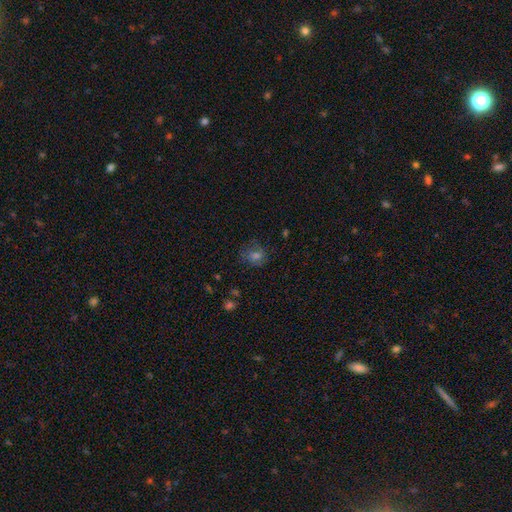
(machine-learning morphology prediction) Smooth or featured: smooth — 59% (star or artifact — 22%)
How rounded: round — 69% (in between — 30%)
Merging: none — 72% (minor disturbance — 18%)